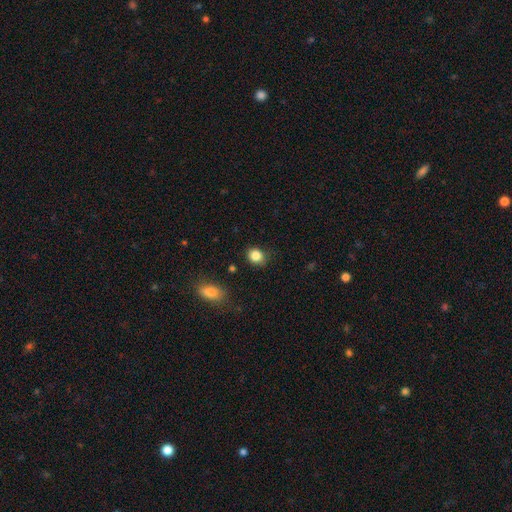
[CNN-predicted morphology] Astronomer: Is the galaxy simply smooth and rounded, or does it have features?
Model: smooth — 85%.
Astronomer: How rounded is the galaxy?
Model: round — 66%.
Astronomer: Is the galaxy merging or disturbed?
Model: none — 79%.